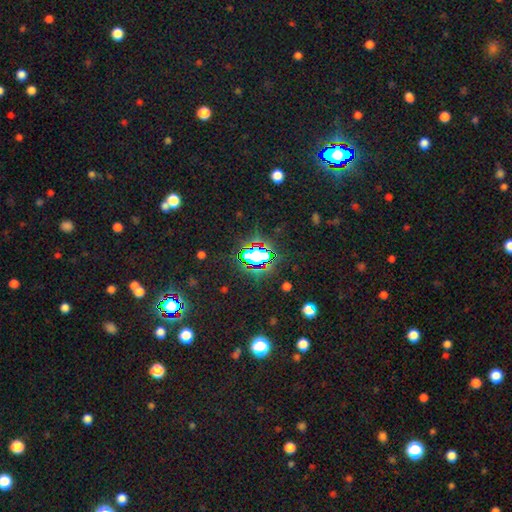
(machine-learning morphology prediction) smooth_or_featured: star or artifact (p=0.65) [alt: smooth p=0.24]